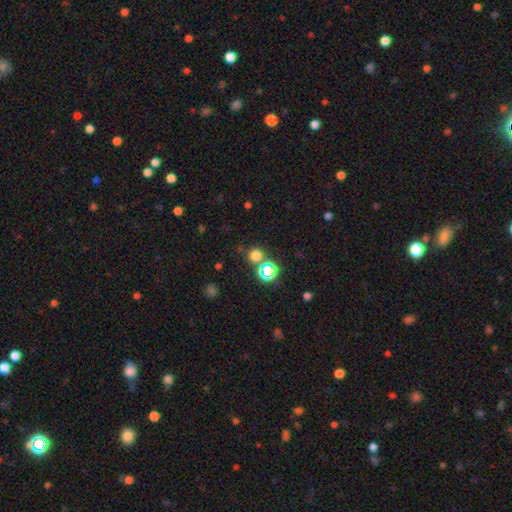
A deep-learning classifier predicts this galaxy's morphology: type=smooth (64%); roundness=round (90%); merging=none (75%).